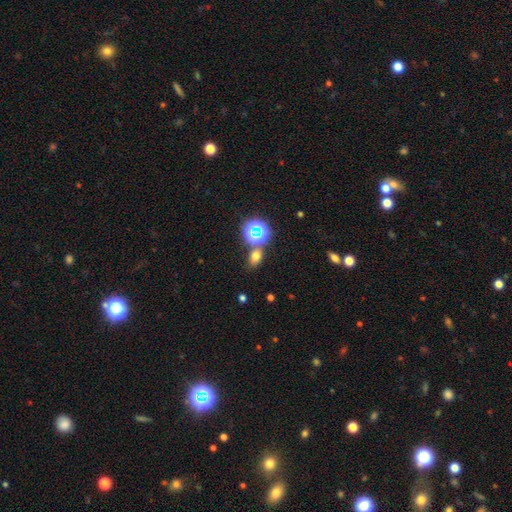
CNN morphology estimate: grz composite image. It shows a smooth galaxy with no disk features (63%) that is in between round and cigar-shaped (65%). Merging: none (72%).